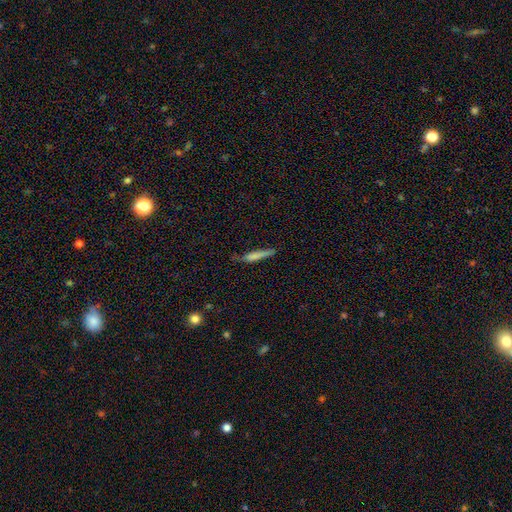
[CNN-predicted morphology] Overall: smooth (72%). How rounded: cigar-shaped (92%). Merging: none (66%).